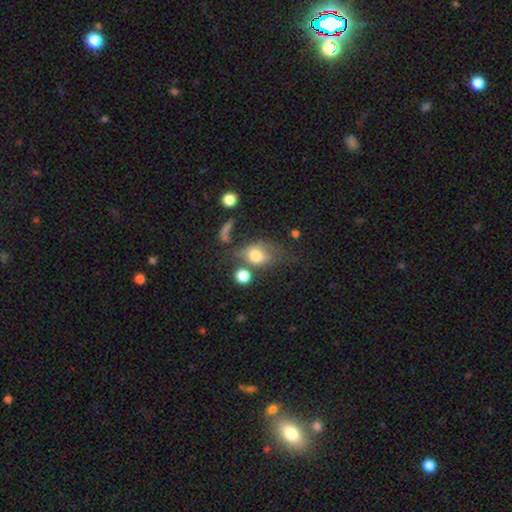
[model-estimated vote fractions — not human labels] A smooth galaxy with no disk features (71%) that is in between round and cigar-shaped (60%).

Vote fractions:
- Smooth or featured? smooth: 71% / featured or disk: 18% / star or artifact: 11%
- How rounded? in between: 60% / round: 38% / cigar-shaped: 2%
- Merging? none: 33% / major disturbance: 25% / merger: 21% / minor disturbance: 20%